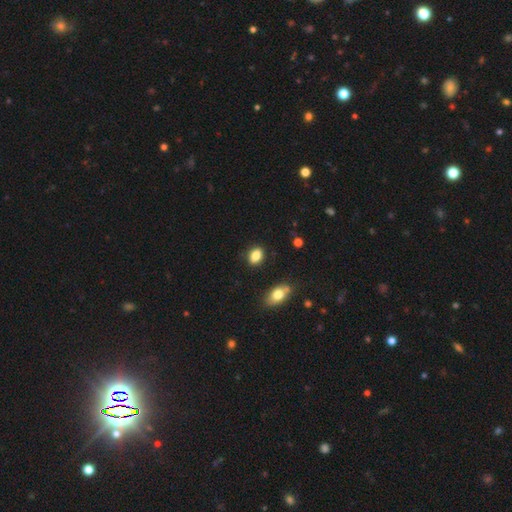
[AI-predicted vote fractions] Smooth or featured: smooth — 85% (star or artifact — 8%)
How rounded: in between — 79% (round — 19%)
Merging: none — 84% (minor disturbance — 11%)